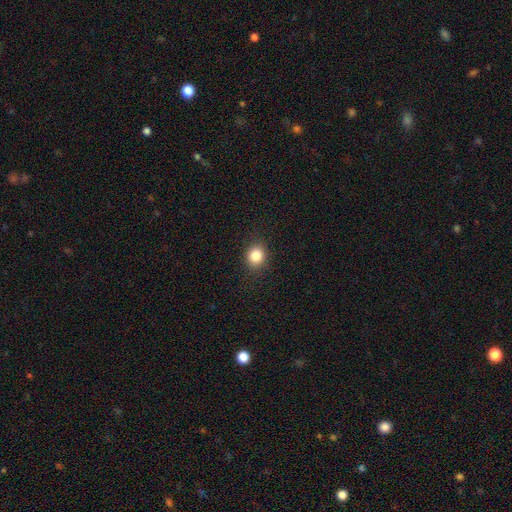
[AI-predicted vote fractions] smooth-or-featured: smooth: 84% | star or artifact: 11% | featured or disk: 5%
  how-rounded: round: 75% | in between: 24% | cigar-shaped: 1%
  merging: none: 89% | minor disturbance: 8% | major disturbance: 2% | merger: 1%